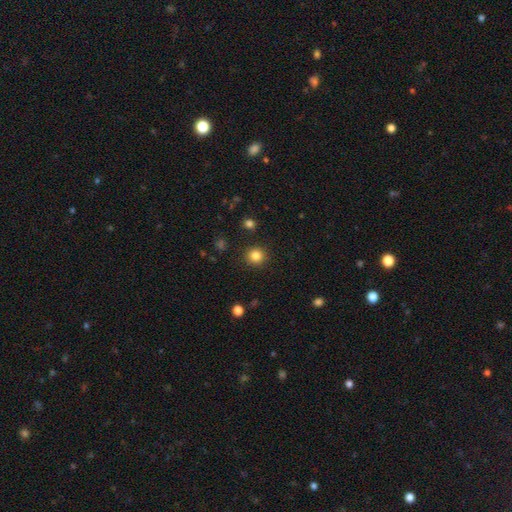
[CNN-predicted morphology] Smooth or featured: smooth — 83% (star or artifact — 12%)
How rounded: round — 93% (in between — 6%)
Merging: none — 91% (minor disturbance — 5%)